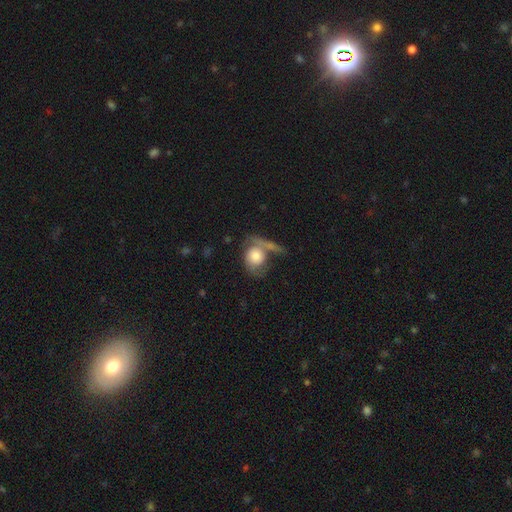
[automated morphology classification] Smooth or featured? smooth (62%)
How rounded? round (55%)
Merging? none (34%)